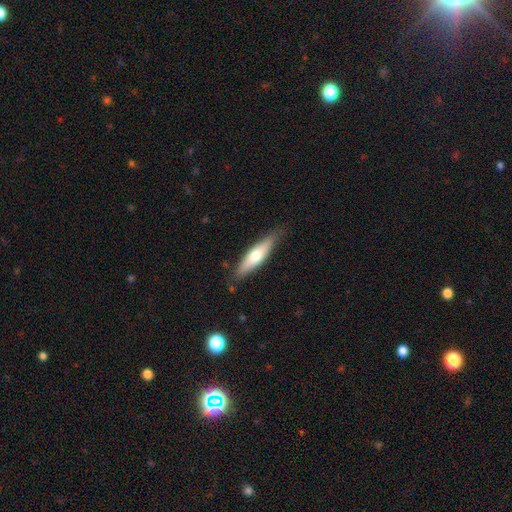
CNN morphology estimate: Smooth or featured? Predicted: smooth (p=0.58). How rounded? Predicted: cigar-shaped (p=0.67). Merging? Predicted: none (p=0.81).